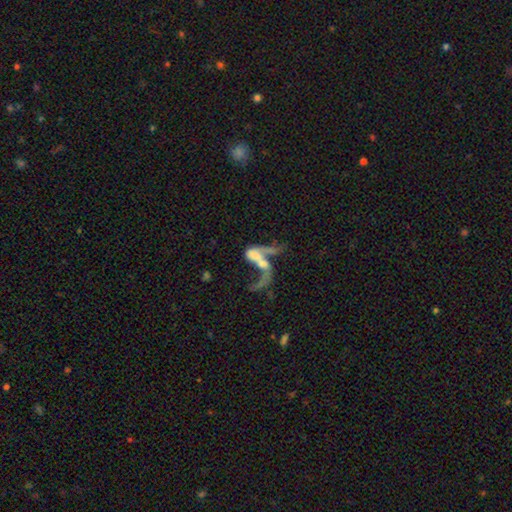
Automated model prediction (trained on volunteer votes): Smooth or featured? Predicted: featured or disk (p=0.58). Edge-on disk? Predicted: no (p=0.94). Bar? Predicted: no (p=0.66). Spiral arms? Predicted: no (p=0.55). Bulge size? Predicted: none (p=0.45). Merging? Predicted: merger (p=0.55).